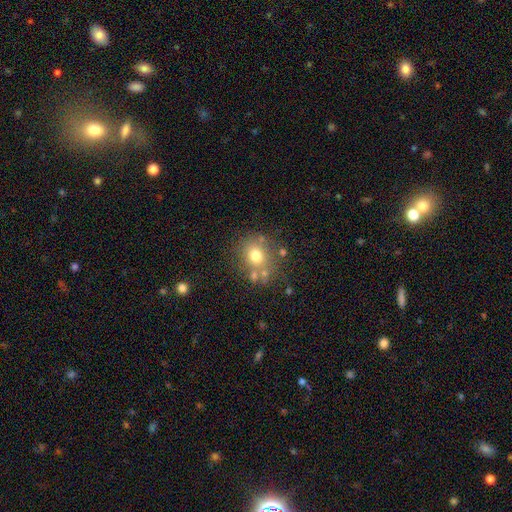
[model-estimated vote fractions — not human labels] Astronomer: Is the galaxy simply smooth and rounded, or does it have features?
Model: smooth — 71%.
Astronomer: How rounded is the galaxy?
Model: round — 78%.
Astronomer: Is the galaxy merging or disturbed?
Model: none — 70%.